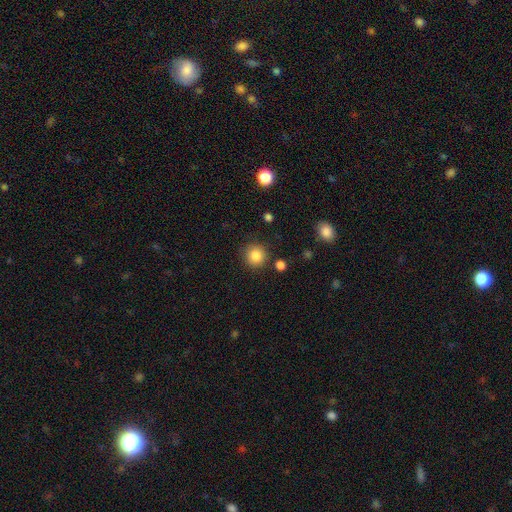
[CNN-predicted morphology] Smooth or featured: smooth — 85% (star or artifact — 10%)
How rounded: round — 94% (in between — 5%)
Merging: none — 87% (minor disturbance — 7%)